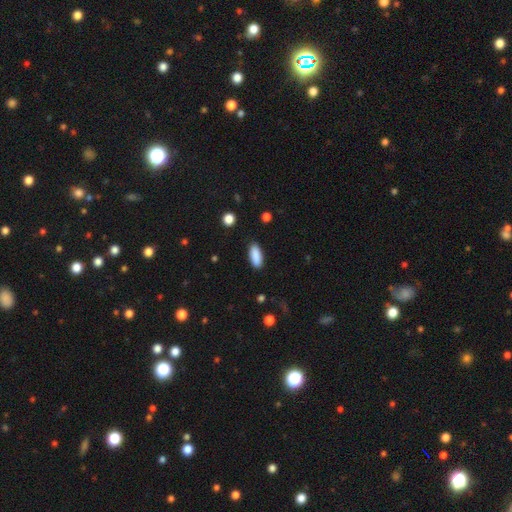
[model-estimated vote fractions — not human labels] Overall: smooth (89%). How rounded: in between (76%). Merging: none (88%).